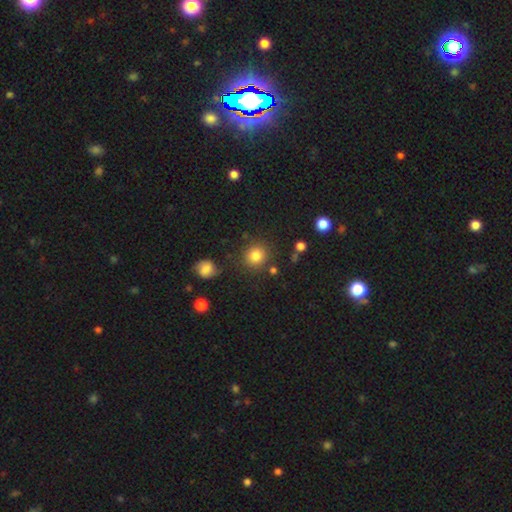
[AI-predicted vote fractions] Smooth or featured? smooth (82%)
How rounded? round (89%)
Merging? none (83%)